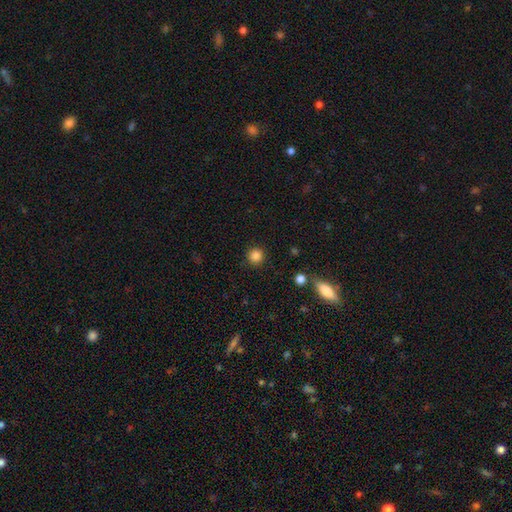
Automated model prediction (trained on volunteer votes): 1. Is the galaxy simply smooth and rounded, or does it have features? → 85% smooth, 11% star or artifact, 3% featured or disk.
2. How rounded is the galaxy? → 94% round, 5% in between, 1% cigar-shaped.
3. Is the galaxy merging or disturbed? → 90% none, 6% minor disturbance, 2% major disturbance, 2% merger.